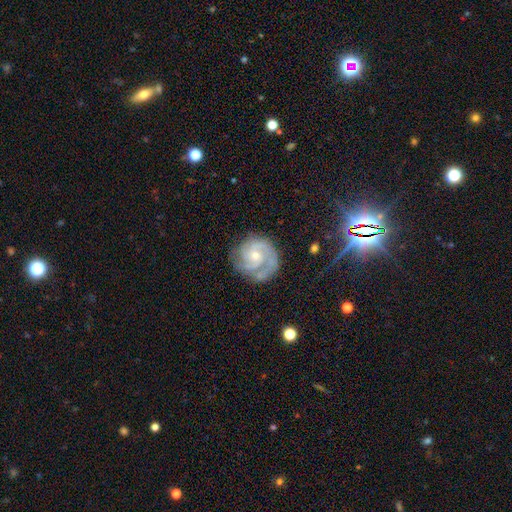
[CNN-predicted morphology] Smooth or featured? Predicted: featured or disk (p=0.87). Edge-on disk? Predicted: no (p=0.98). Bar? Predicted: no (p=0.68). Spiral arms? Predicted: yes (p=0.97). Spiral winding? Predicted: tight (p=0.58). Spiral arm count? Predicted: 3 (p=0.39). Bulge size? Predicted: small (p=0.62). Merging? Predicted: none (p=0.73).